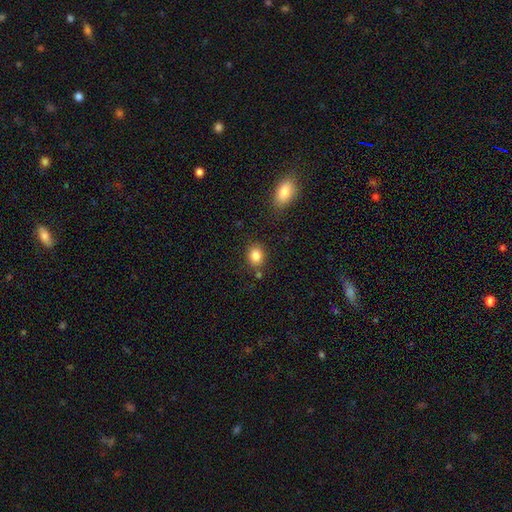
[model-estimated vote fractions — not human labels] smooth-or-featured: smooth: 84% | star or artifact: 10% | featured or disk: 6%
  how-rounded: round: 56% | in between: 43% | cigar-shaped: 1%
  merging: none: 80% | minor disturbance: 11% | merger: 6% | major disturbance: 3%